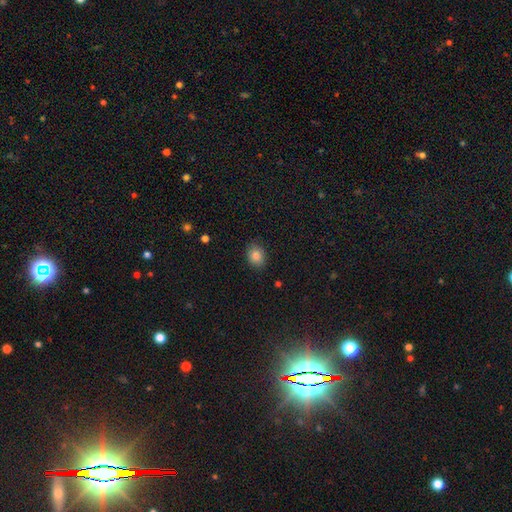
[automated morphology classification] smooth 85%, star or artifact 10%, featured or disk 5%. Down the decision tree: how rounded — in between (51%); merging — none (86%).